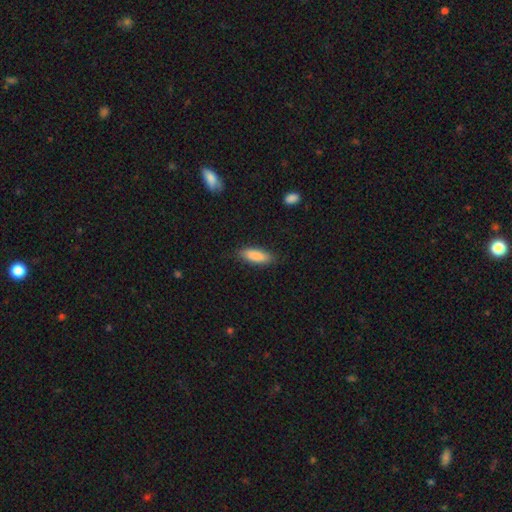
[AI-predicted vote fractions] A smooth galaxy with no disk features (87%) that is in between round and cigar-shaped (59%).

Vote fractions:
- Smooth or featured? smooth: 87% / featured or disk: 7% / star or artifact: 6%
- How rounded? in between: 59% / cigar-shaped: 40% / round: 2%
- Merging? none: 86% / minor disturbance: 11% / major disturbance: 2% / merger: 1%